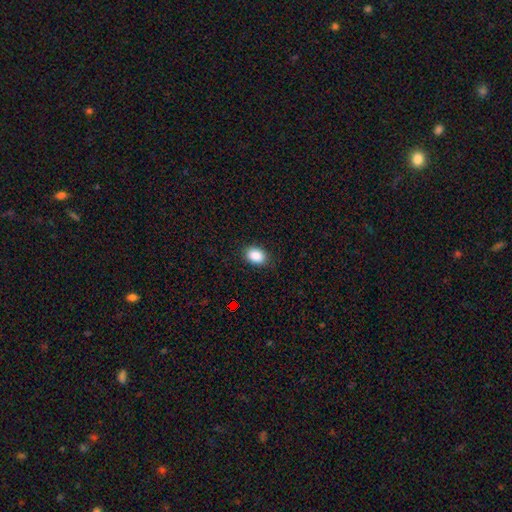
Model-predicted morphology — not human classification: The model was most divided on "how rounded": in between: 80%, round: 19%, cigar-shaped: 1%. More confident: smooth or featured — smooth (88%); merging — none (85%).